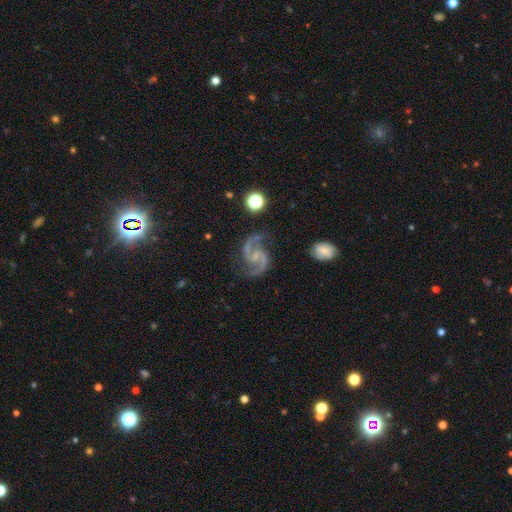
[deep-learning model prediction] This is clearly a featured or disk galaxy (93%). It is clearly not viewed edge-on (98%). Bar: possibly no (54%). Spiral arm pattern: clearly yes (98%). Spiral arm count: clearly 2 (95%). Spiral winding: likely medium (61%). Central bulge: likely small (67%). Merging: likely none (78%).